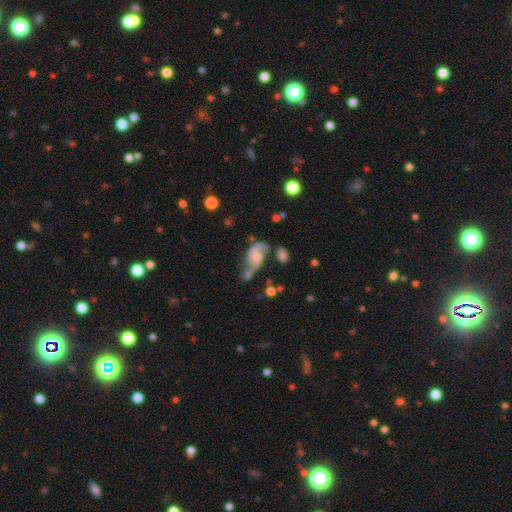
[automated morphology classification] This is likely a featured or disk galaxy (75%). It is clearly not viewed edge-on (96%). Bar: likely no (62%). Spiral arm pattern: clearly yes (92%). Spiral arm count: clearly 2 (86%). Spiral winding: likely loose (63%). Central bulge: marginally none (37%). Merging: marginally none (34%).